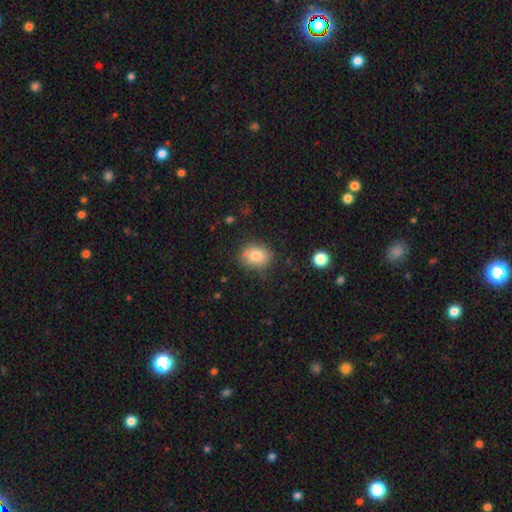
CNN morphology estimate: The model was most divided on "how rounded": in between: 52%, round: 47%, cigar-shaped: 1%. More confident: smooth or featured — smooth (80%); merging — none (74%).